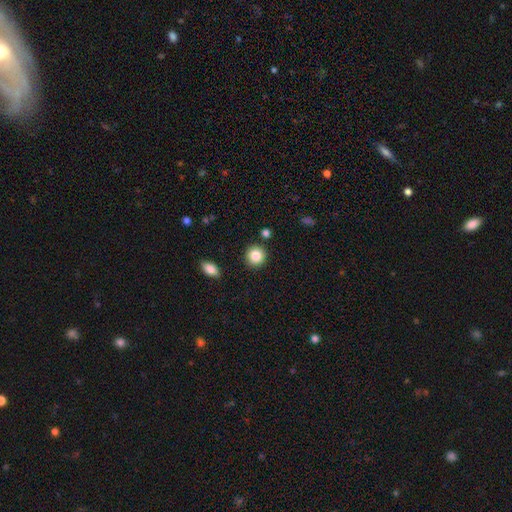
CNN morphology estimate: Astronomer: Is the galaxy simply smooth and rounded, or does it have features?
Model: smooth — 86%.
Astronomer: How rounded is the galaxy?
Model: round — 91%.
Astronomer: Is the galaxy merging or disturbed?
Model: none — 88%.